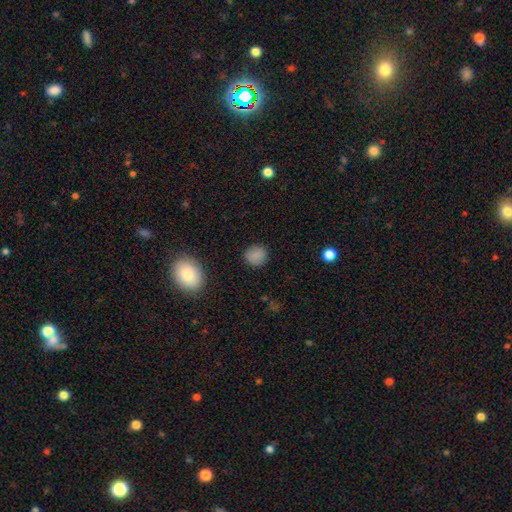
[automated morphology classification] Smooth or featured? Predicted: smooth (p=0.84). How rounded? Predicted: round (p=0.86). Merging? Predicted: none (p=0.89).